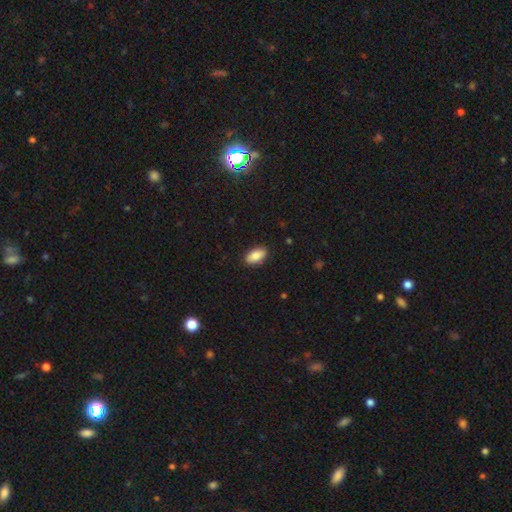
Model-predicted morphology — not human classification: smooth_or_featured: smooth (p=0.86) [alt: featured or disk p=0.07]
how_rounded: in between (p=0.92) [alt: cigar-shaped p=0.05]
merging: none (p=0.88) [alt: minor disturbance p=0.09]